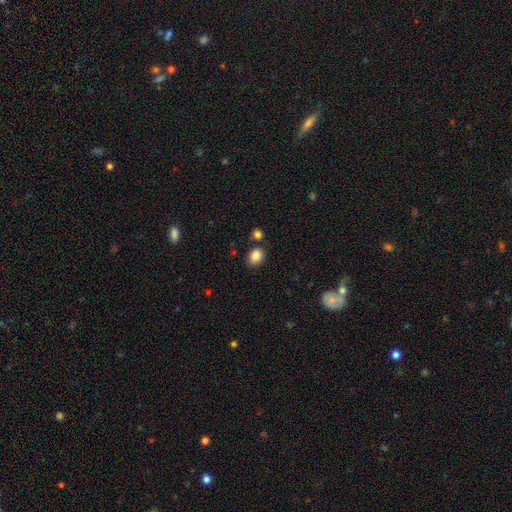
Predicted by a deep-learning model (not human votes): The model was most divided on "how rounded": in between: 58%, round: 41%, cigar-shaped: 1%. More confident: smooth or featured — smooth (87%); merging — none (76%).